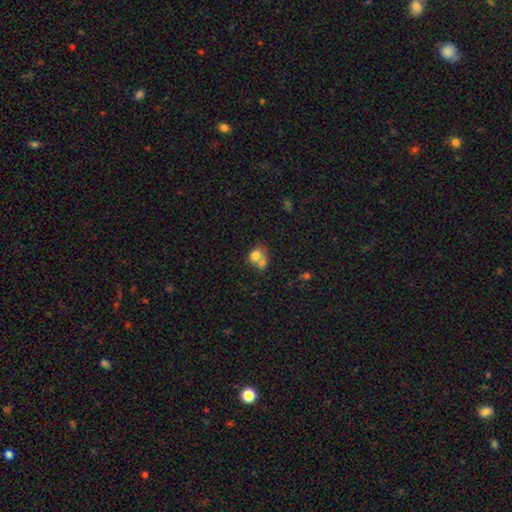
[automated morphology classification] smooth-or-featured: smooth: 73% | featured or disk: 17% | star or artifact: 10%
  how-rounded: round: 58% | in between: 41% | cigar-shaped: 1%
  merging: merger: 59% | none: 27% | minor disturbance: 9% | major disturbance: 5%